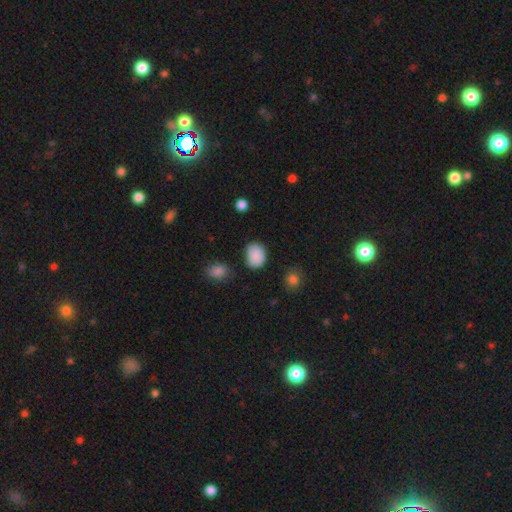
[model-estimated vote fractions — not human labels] The model was most divided on "how rounded": in between: 62%, round: 37%, cigar-shaped: 1%. More confident: smooth or featured — smooth (87%); merging — none (75%).